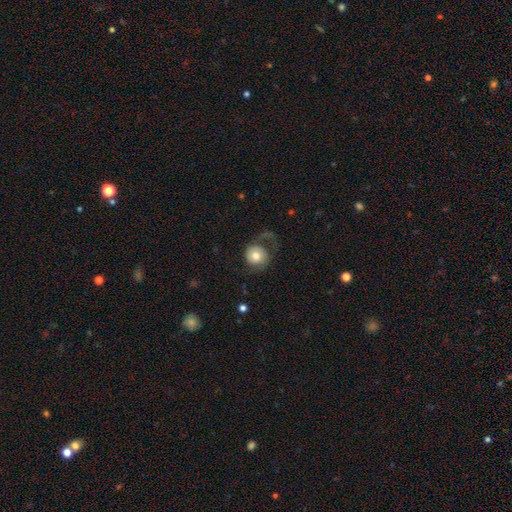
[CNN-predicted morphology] Smooth or featured?
  - smooth: 61% *
  - featured or disk: 32%
  - star or artifact: 7%
How rounded?
  - round: 87% *
  - in between: 12%
  - cigar-shaped: 1%
Merging?
  - none: 43% *
  - major disturbance: 36%
  - minor disturbance: 18%
  - merger: 3%